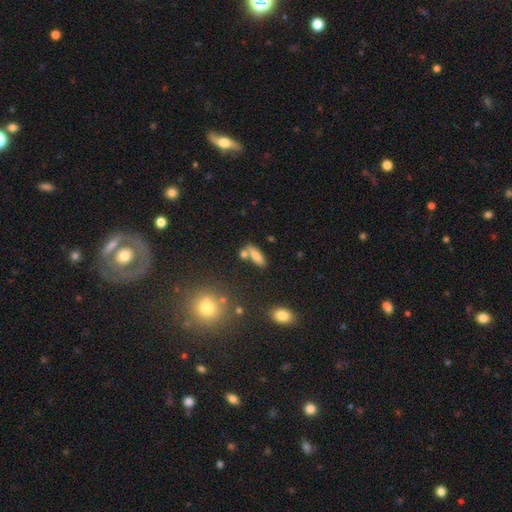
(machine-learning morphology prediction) Smooth or featured: smooth — 79% (featured or disk — 11%)
How rounded: in between — 56% (cigar-shaped — 41%)
Merging: none — 59% (merger — 22%)